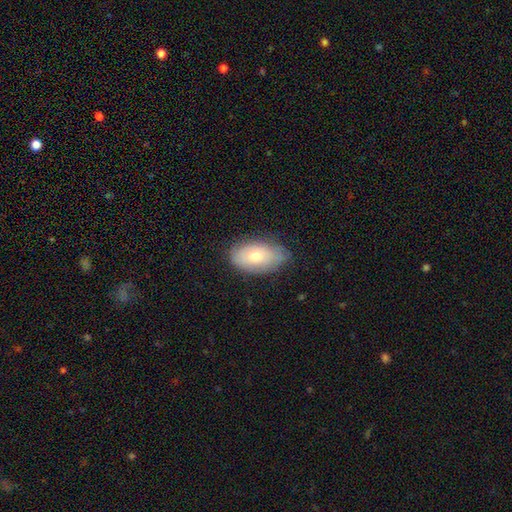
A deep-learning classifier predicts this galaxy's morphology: This is possibly a smooth galaxy (56%). How rounded: clearly in between (92%). Merging: likely none (72%).